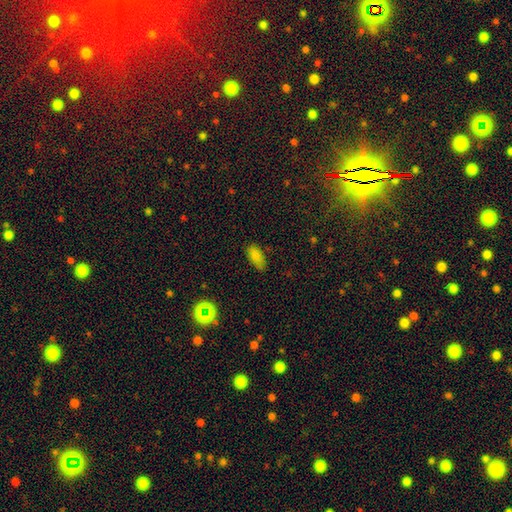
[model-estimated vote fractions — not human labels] Morphology: type=smooth (81%); roundness=in between (87%); merging=none (76%).